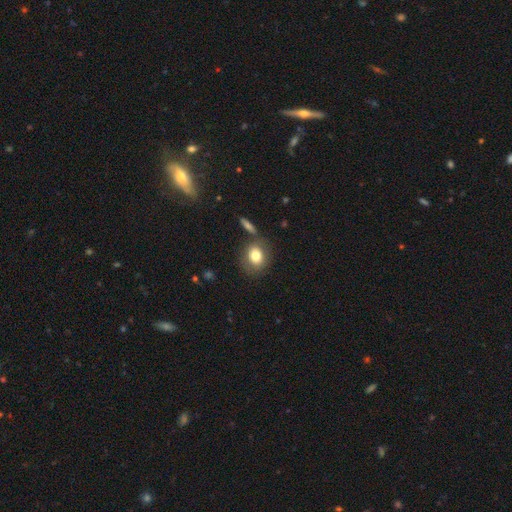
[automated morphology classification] Smooth or featured?
  - smooth: 78% *
  - featured or disk: 13%
  - star or artifact: 9%
How rounded?
  - round: 59% *
  - in between: 40%
  - cigar-shaped: 1%
Merging?
  - none: 72% *
  - minor disturbance: 13%
  - merger: 9%
  - major disturbance: 5%